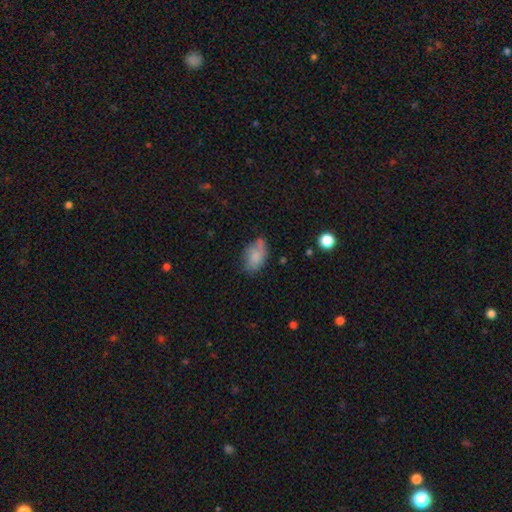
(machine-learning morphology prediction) A smooth galaxy with no disk features (74%) that is in between round and cigar-shaped (89%). Merging: none (49%).